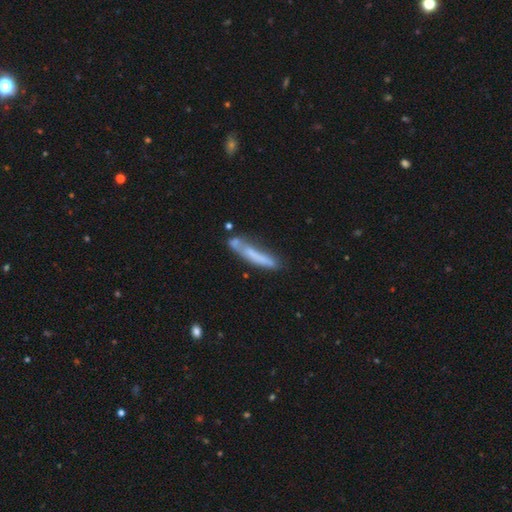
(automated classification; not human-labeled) Smooth or featured? smooth (59%)
How rounded? cigar-shaped (90%)
Merging? none (49%)